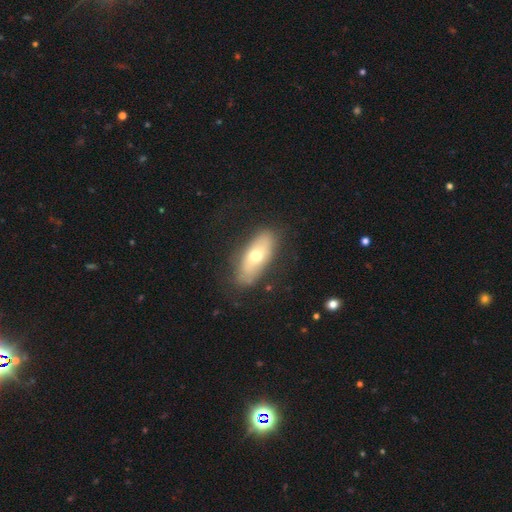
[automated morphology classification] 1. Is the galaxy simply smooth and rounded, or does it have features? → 55% smooth, 39% featured or disk, 7% star or artifact.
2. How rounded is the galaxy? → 79% in between, 17% cigar-shaped, 3% round.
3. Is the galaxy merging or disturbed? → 78% none, 15% minor disturbance, 5% major disturbance, 1% merger.